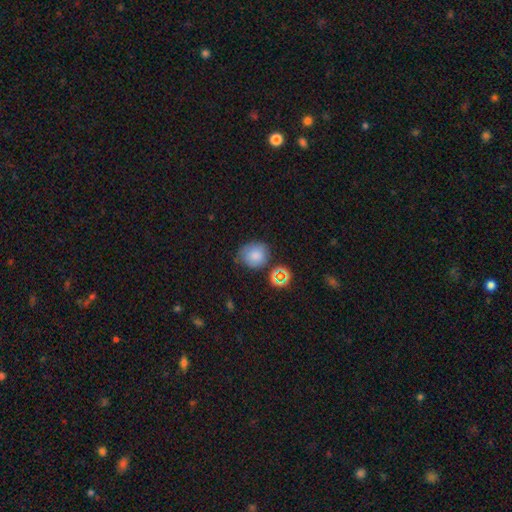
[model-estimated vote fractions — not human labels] Smooth or featured? Predicted: smooth (p=0.77). How rounded? Predicted: round (p=0.74). Merging? Predicted: none (p=0.65).